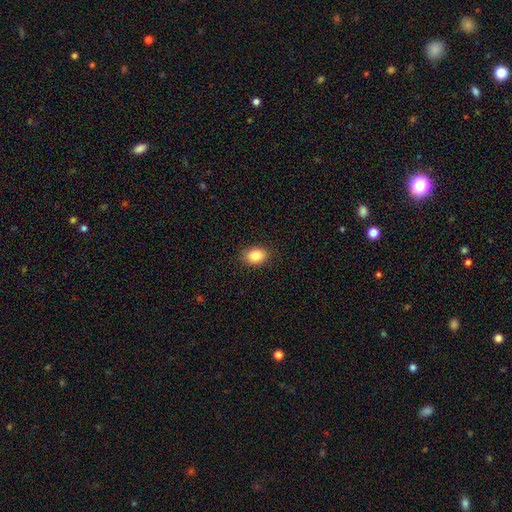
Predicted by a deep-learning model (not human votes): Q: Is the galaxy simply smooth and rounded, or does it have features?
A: smooth — 85%.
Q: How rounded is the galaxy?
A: in between — 67%.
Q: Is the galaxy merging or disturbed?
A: none — 89%.